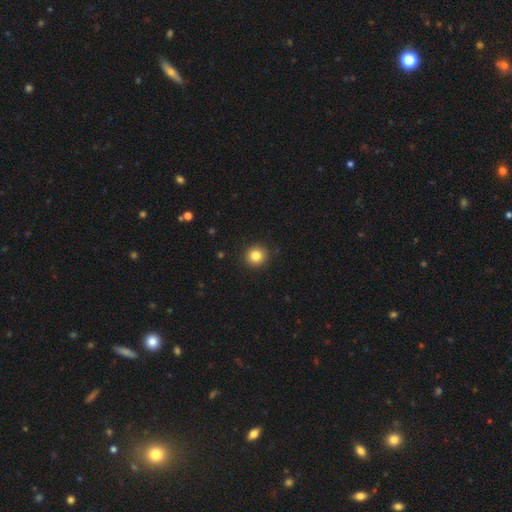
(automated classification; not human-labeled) A smooth galaxy with no disk features (83%) that is round (94%).

Vote fractions:
- Smooth or featured? smooth: 83% / star or artifact: 11% / featured or disk: 6%
- How rounded? round: 94% / in between: 5% / cigar-shaped: 1%
- Merging? none: 92% / minor disturbance: 5% / major disturbance: 2% / merger: 1%